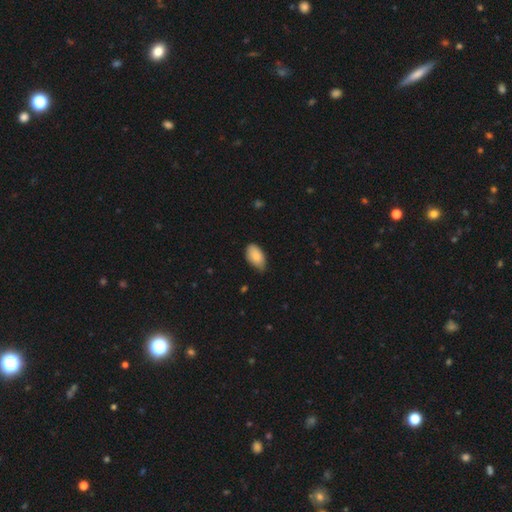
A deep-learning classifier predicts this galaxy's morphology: Q: Smooth or featured?
A: smooth (85%); runner-up: featured or disk (8%)
Q: How rounded?
A: in between (94%); runner-up: round (4%)
Q: Merging?
A: none (60%); runner-up: minor disturbance (35%)